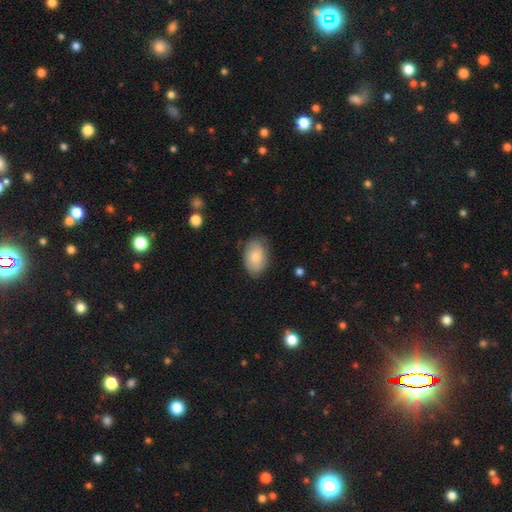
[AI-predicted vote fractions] A smooth galaxy with no disk features (76%) that is in between round and cigar-shaped (90%).

Vote fractions:
- Smooth or featured? smooth: 76% / featured or disk: 18% / star or artifact: 6%
- How rounded? in between: 90% / round: 9% / cigar-shaped: 1%
- Merging? none: 75% / minor disturbance: 19% / major disturbance: 4% / merger: 1%